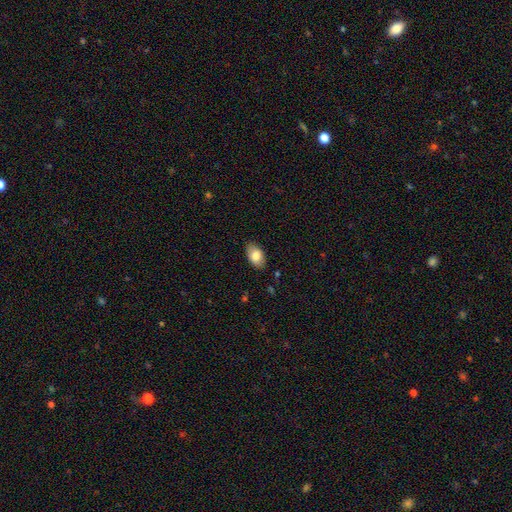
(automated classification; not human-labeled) Smooth or featured? Predicted: smooth (p=0.81). How rounded? Predicted: in between (p=0.93). Merging? Predicted: none (p=0.85).